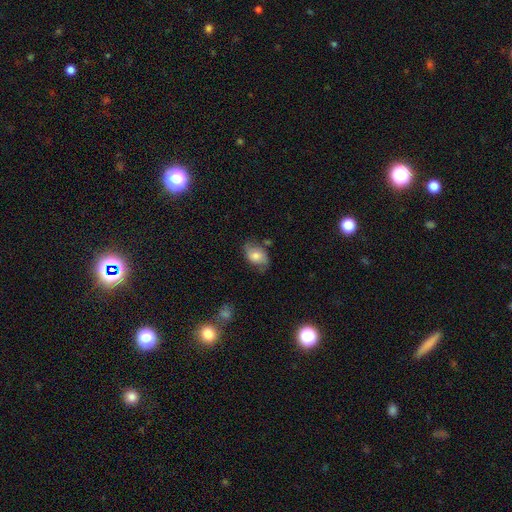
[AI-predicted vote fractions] Smooth or featured: smooth — 66% (featured or disk — 26%)
How rounded: in between — 86% (round — 12%)
Merging: none — 61% (minor disturbance — 27%)